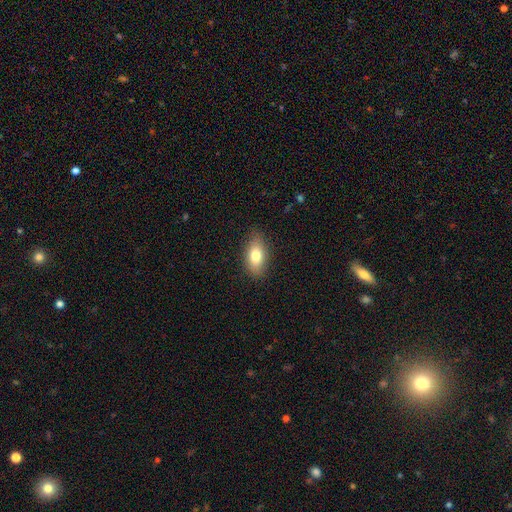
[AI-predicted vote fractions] smooth-or-featured: smooth: 79% | featured or disk: 14% | star or artifact: 8%
  how-rounded: in between: 88% | cigar-shaped: 6% | round: 6%
  merging: none: 84% | minor disturbance: 12% | major disturbance: 3% | merger: 1%